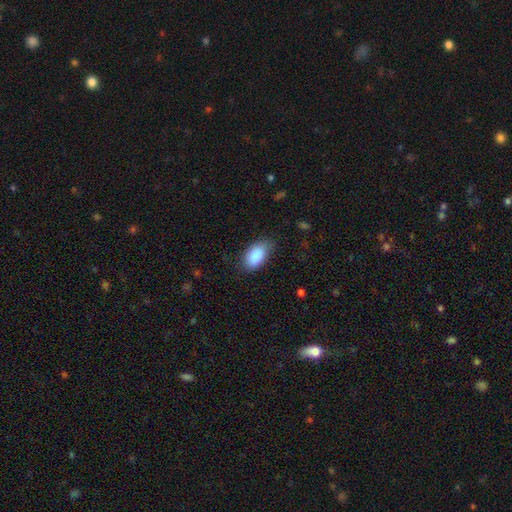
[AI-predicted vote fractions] This appears to be a smooth galaxy with no disk features (89%) that is in between round and cigar-shaped (94%). Merging: none (72%).